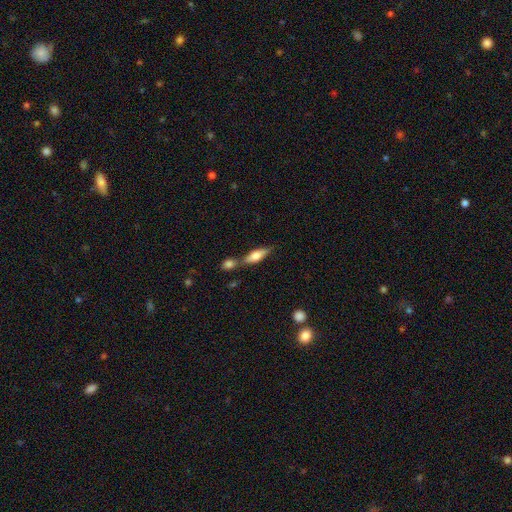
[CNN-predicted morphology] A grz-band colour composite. It shows a smooth galaxy with no disk features (54%) that is in between round and cigar-shaped (54%). Merging: none (52%).